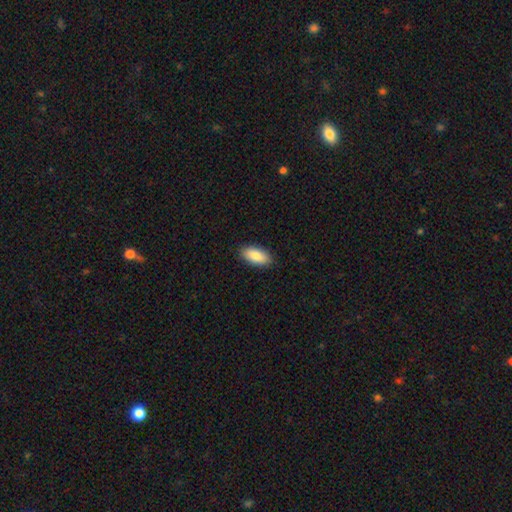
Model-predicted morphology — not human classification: Smooth or featured?
  - smooth: 86% *
  - featured or disk: 8%
  - star or artifact: 6%
How rounded?
  - in between: 91% *
  - cigar-shaped: 7%
  - round: 2%
Merging?
  - none: 89% *
  - minor disturbance: 8%
  - major disturbance: 2%
  - merger: 1%